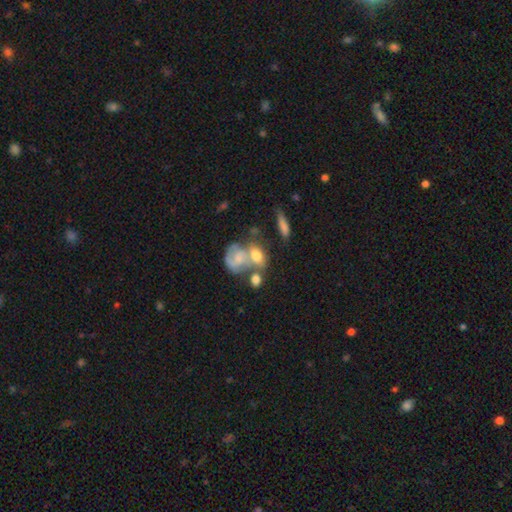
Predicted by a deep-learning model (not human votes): Morphology: type=smooth (57%); roundness=in between (66%); merging=merger (49%).